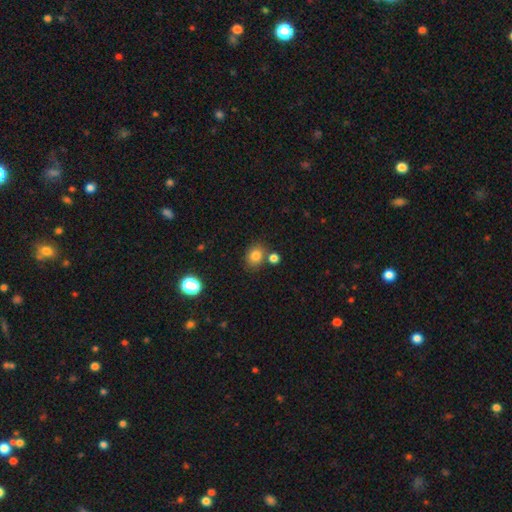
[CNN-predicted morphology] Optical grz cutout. It shows a smooth galaxy with no disk features (81%) that is round (60%). Merging: none (71%).